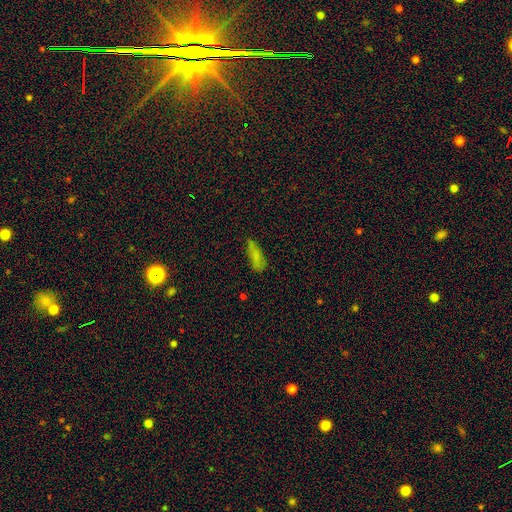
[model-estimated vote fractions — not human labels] A smooth galaxy with no disk features (74%) that is cigar-shaped (52%). Merging: none (63%).